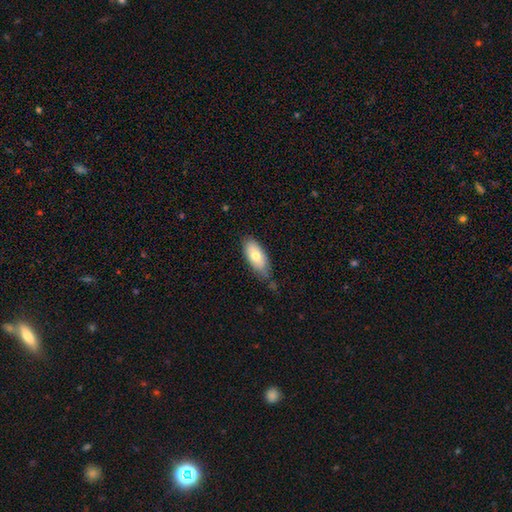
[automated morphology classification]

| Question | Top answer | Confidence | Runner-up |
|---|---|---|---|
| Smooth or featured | smooth | 72% | featured or disk (22%) |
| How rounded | in between | 86% | cigar-shaped (11%) |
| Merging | none | 65% | minor disturbance (27%) |